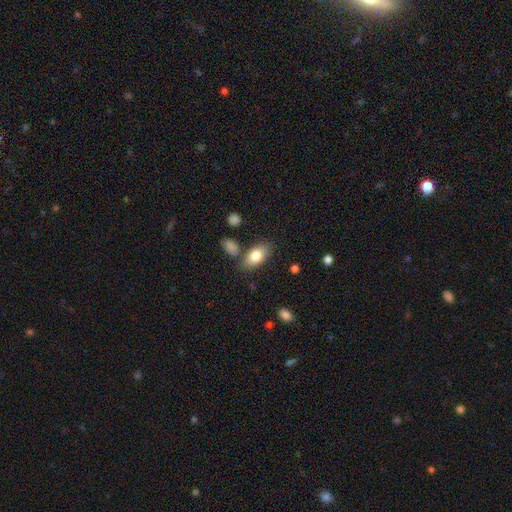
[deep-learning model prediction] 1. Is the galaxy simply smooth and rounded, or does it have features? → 80% smooth, 13% featured or disk, 7% star or artifact.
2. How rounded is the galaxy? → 90% in between, 5% round, 5% cigar-shaped.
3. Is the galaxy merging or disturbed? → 78% none, 13% minor disturbance, 6% merger, 3% major disturbance.